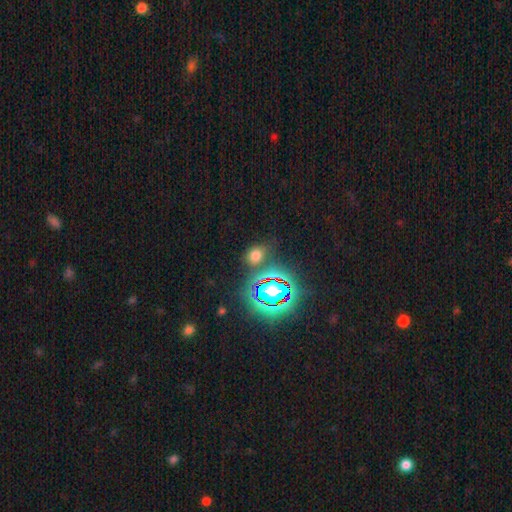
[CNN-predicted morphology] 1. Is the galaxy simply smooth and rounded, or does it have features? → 55% smooth, 36% star or artifact, 9% featured or disk.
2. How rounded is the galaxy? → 57% in between, 41% round, 2% cigar-shaped.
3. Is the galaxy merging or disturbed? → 76% none, 12% minor disturbance, 7% merger, 5% major disturbance.